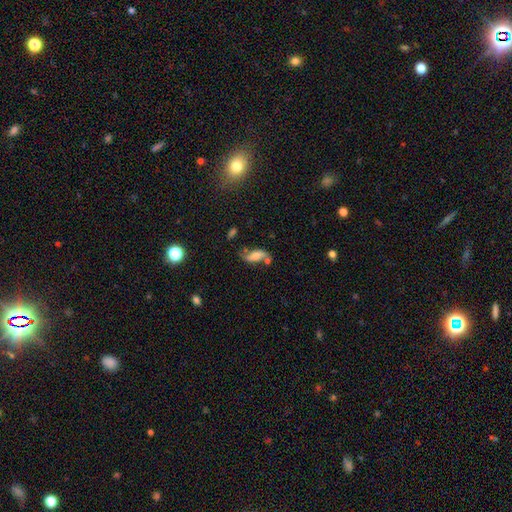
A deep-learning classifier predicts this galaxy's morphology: Q: Smooth or featured?
A: smooth (46%); runner-up: featured or disk (44%)
Q: Merging?
A: none (52%); runner-up: minor disturbance (22%)